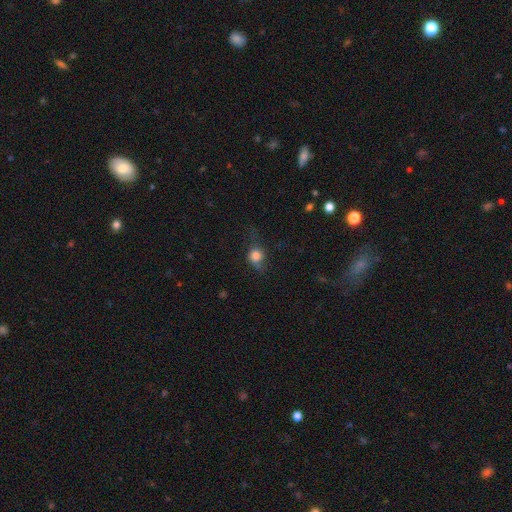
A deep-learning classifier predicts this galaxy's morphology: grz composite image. It shows a smooth galaxy with no disk features (75%) that is round (76%). Merging: none (54%).